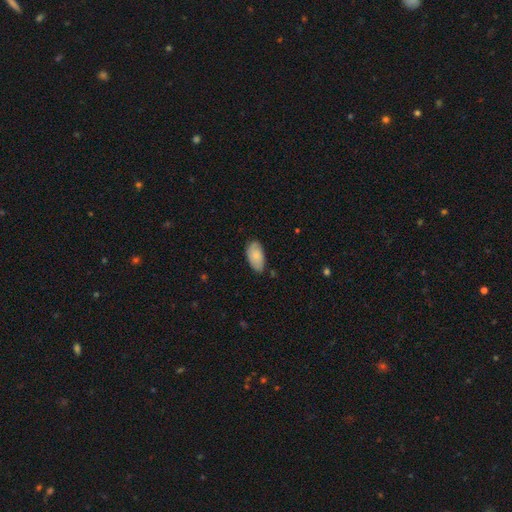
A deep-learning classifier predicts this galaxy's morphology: The model was most divided on "smooth or featured": smooth: 69%, featured or disk: 25%, star or artifact: 6%. More confident: how rounded — in between (94%); merging — none (71%).